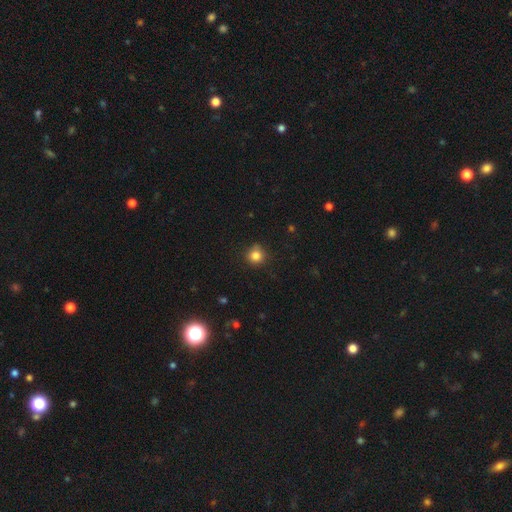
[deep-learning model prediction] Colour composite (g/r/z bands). It shows a smooth galaxy with no disk features (82%) that is round (92%). Merging: none (82%).